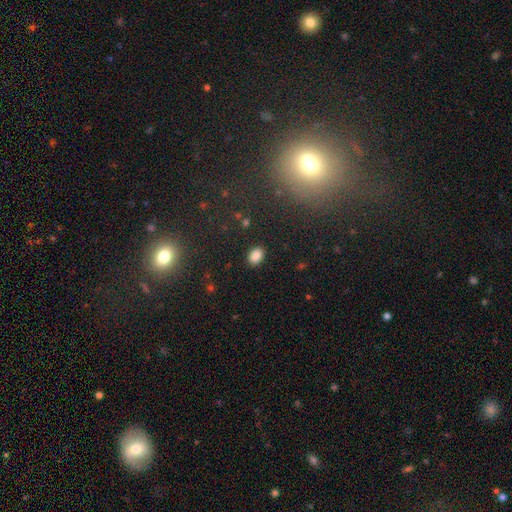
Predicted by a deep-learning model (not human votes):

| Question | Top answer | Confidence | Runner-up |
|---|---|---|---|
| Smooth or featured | smooth | 86% | star or artifact (10%) |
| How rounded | in between | 74% | round (25%) |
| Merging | none | 88% | minor disturbance (8%) |